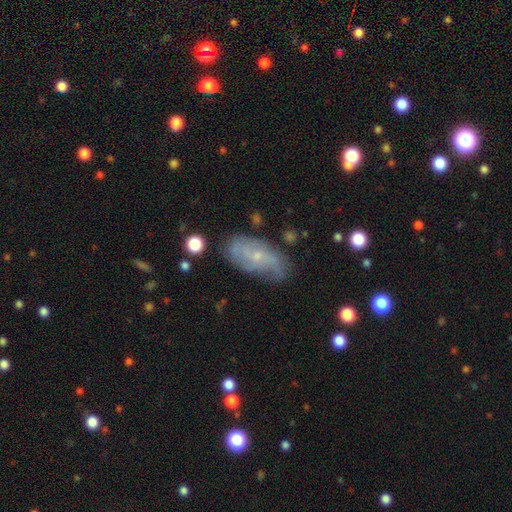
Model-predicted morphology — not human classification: type=featured or disk (61%); edge-on=no (90%); bar=no (70%); spiral arms=yes (77%); bulge=small (78%); merging=none (66%).